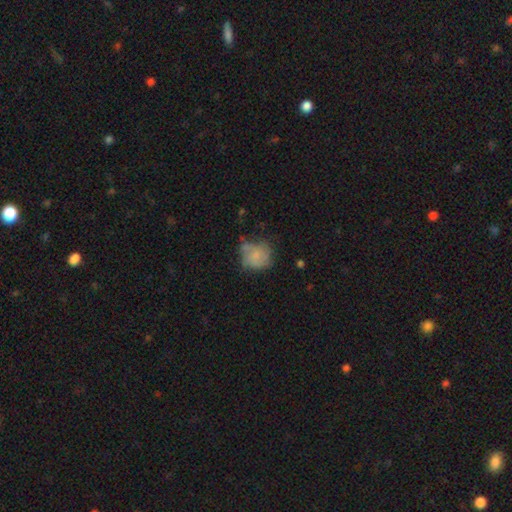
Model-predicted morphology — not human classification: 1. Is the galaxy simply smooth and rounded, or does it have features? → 56% smooth, 34% featured or disk, 9% star or artifact.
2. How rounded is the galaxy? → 73% round, 26% in between, 1% cigar-shaped.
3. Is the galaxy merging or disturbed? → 48% none, 30% minor disturbance, 17% major disturbance, 5% merger.